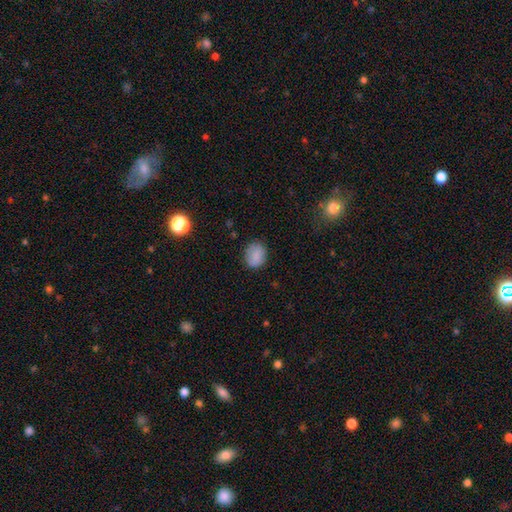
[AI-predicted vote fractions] A smooth galaxy with no disk features (84%) that is round (57%).

Vote fractions:
- Smooth or featured? smooth: 84% / star or artifact: 9% / featured or disk: 7%
- How rounded? round: 57% / in between: 42% / cigar-shaped: 1%
- Merging? none: 81% / minor disturbance: 15% / major disturbance: 4% / merger: 1%